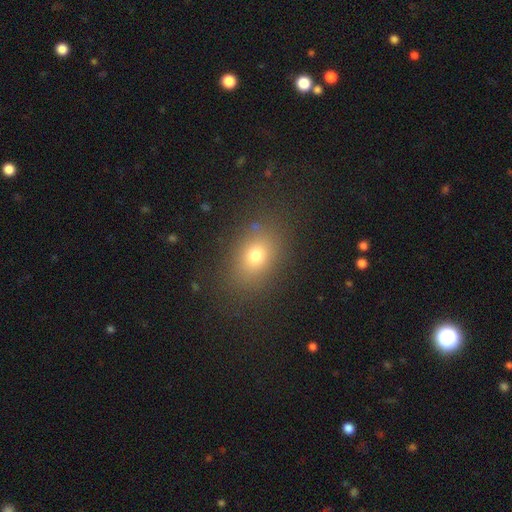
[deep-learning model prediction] smooth_or_featured: smooth (p=0.73) [alt: star or artifact p=0.15]
how_rounded: in between (p=0.66) [alt: round p=0.32]
merging: none (p=0.82) [alt: minor disturbance p=0.11]